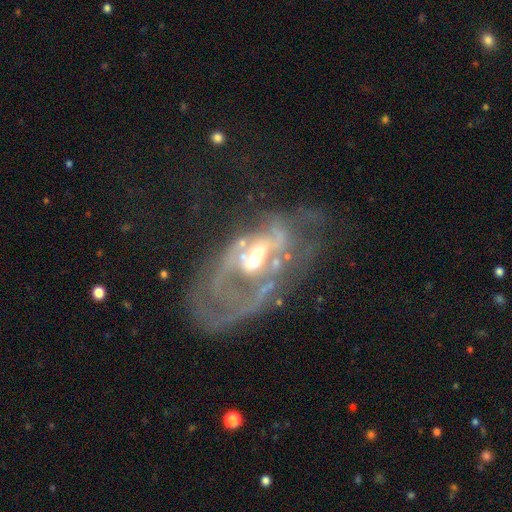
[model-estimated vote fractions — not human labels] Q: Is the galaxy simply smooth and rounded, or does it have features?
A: featured or disk — 79%.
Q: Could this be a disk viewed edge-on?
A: no — 96%.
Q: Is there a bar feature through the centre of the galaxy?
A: no — 52%.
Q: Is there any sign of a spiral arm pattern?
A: yes — 69%.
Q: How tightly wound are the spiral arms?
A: medium — 41%.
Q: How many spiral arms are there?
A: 2 — 34%.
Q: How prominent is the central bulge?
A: moderate — 47%.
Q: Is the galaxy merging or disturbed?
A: major disturbance — 40%.